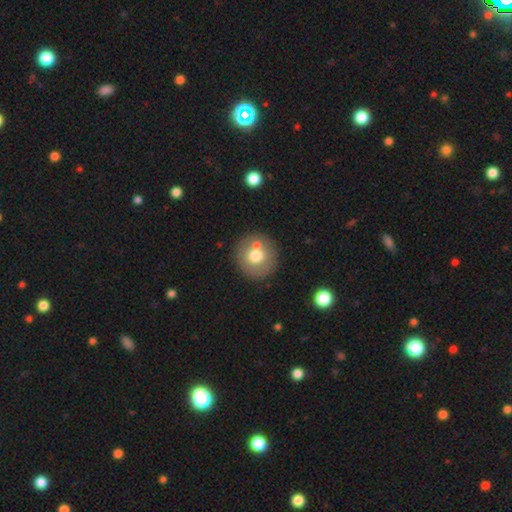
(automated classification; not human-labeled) Smooth or featured? smooth (68%)
How rounded? round (92%)
Merging? none (76%)